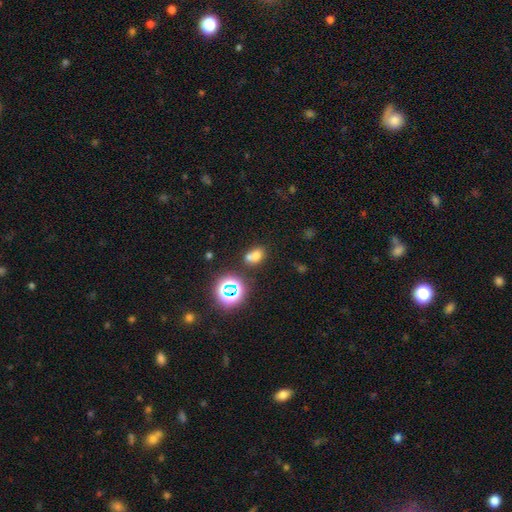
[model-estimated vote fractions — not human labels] Smooth or featured?
  - smooth: 65% *
  - star or artifact: 21%
  - featured or disk: 14%
How rounded?
  - in between: 55% *
  - round: 44%
  - cigar-shaped: 1%
Merging?
  - merger: 45% *
  - none: 41%
  - minor disturbance: 10%
  - major disturbance: 4%